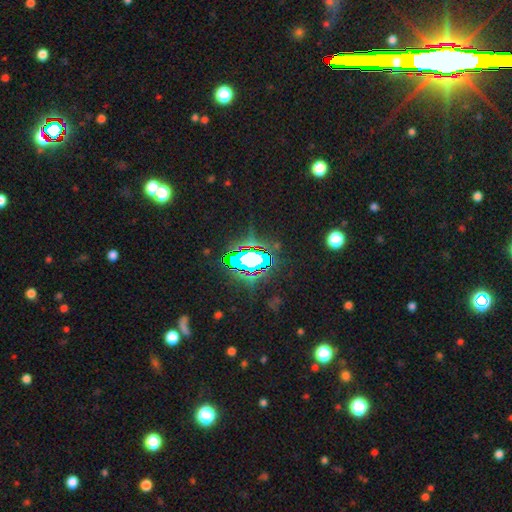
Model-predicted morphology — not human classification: A star or artifact, not a galaxy (83%).